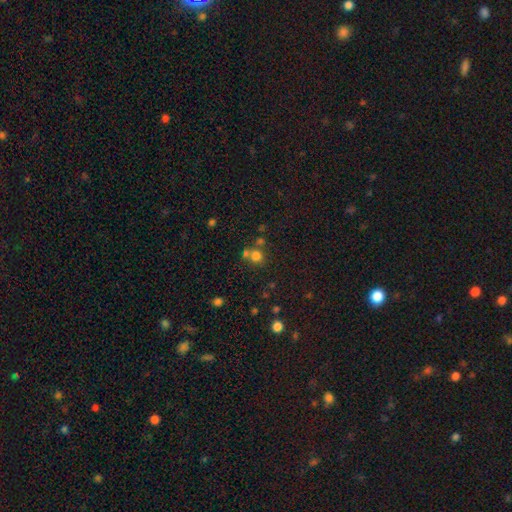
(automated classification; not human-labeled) smooth-or-featured: smooth: 74% | star or artifact: 18% | featured or disk: 8%
  how-rounded: round: 87% | in between: 12% | cigar-shaped: 1%
  merging: none: 59% | merger: 29% | minor disturbance: 8% | major disturbance: 4%